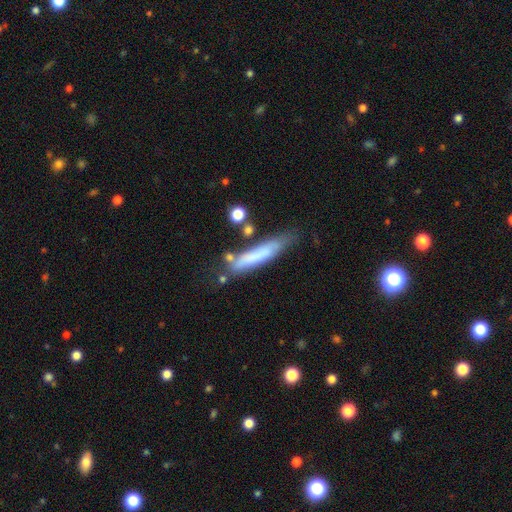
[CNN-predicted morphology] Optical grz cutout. It shows a smooth galaxy with no disk features (64%) that is cigar-shaped (88%). Merging: none (56%).